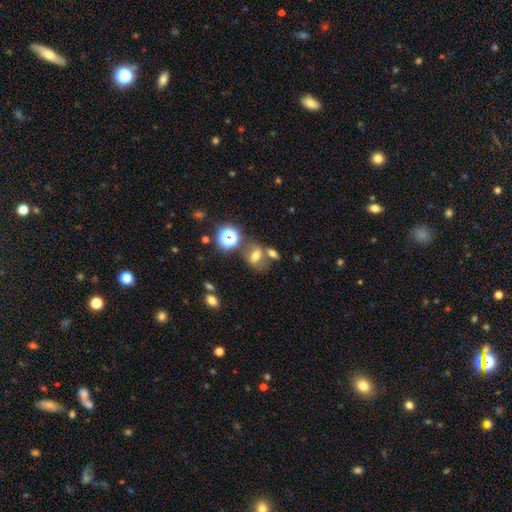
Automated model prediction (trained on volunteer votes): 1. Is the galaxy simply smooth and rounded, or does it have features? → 58% smooth, 24% featured or disk, 18% star or artifact.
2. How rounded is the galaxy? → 66% in between, 30% round, 4% cigar-shaped.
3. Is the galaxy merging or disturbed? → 52% none, 28% merger, 14% minor disturbance, 7% major disturbance.